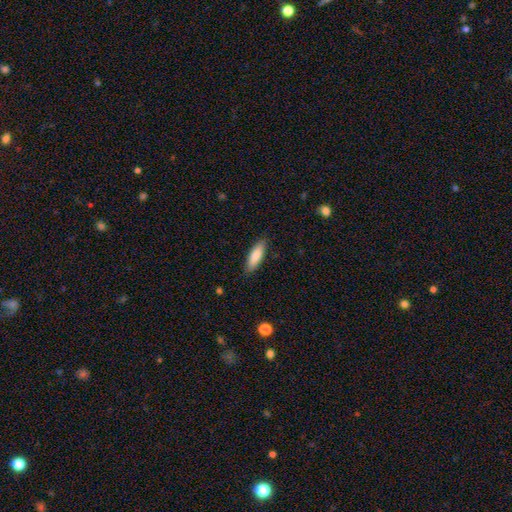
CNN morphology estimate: The model was most divided on "how rounded": cigar-shaped: 51%, in between: 48%, round: 1%. More confident: merging — none (87%); smooth or featured — smooth (82%).